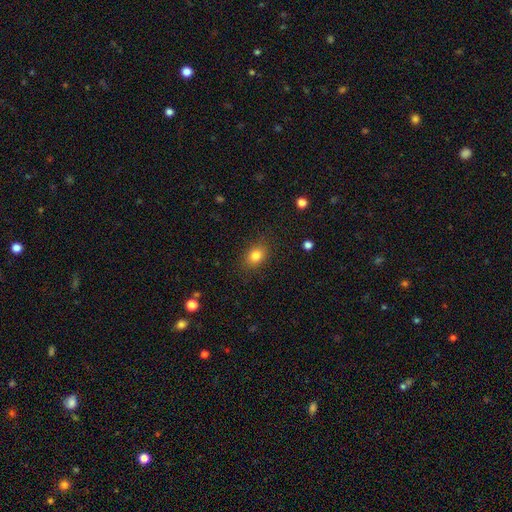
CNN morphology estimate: This appears to be a smooth galaxy with no disk features (82%) that is in between round and cigar-shaped (64%). Merging: none (85%).